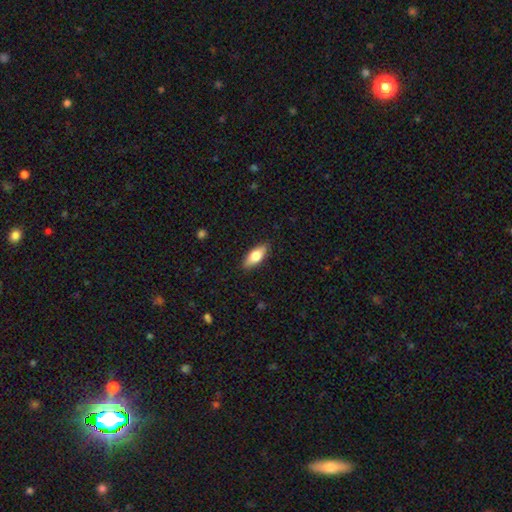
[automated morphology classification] Smooth or featured: smooth — 74% (featured or disk — 20%)
How rounded: in between — 78% (cigar-shaped — 19%)
Merging: none — 87% (minor disturbance — 10%)